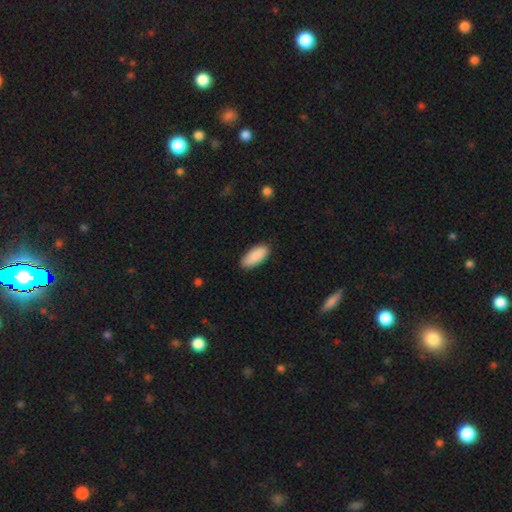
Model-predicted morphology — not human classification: Smooth or featured? smooth (91%)
How rounded? in between (87%)
Merging? none (87%)